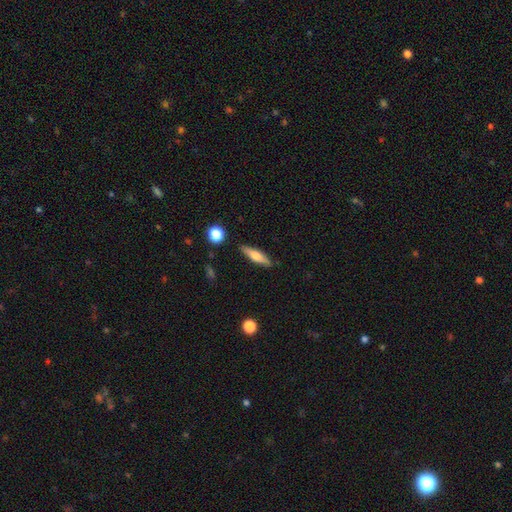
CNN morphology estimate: This appears to be a smooth galaxy with no disk features (55%) that is cigar-shaped (68%). Merging: none (87%).